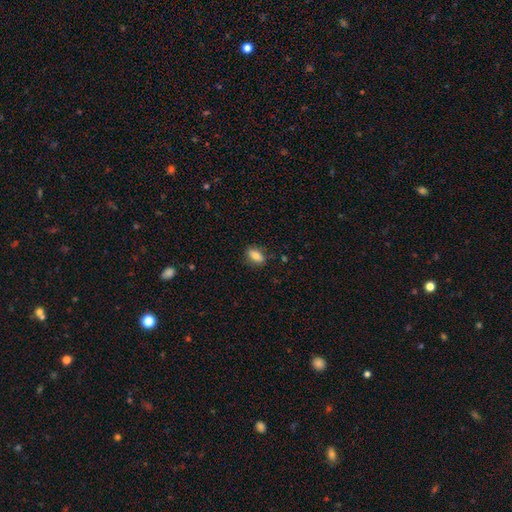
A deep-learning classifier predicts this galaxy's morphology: Overall: smooth (79%). How rounded: in between (83%). Merging: none (81%).